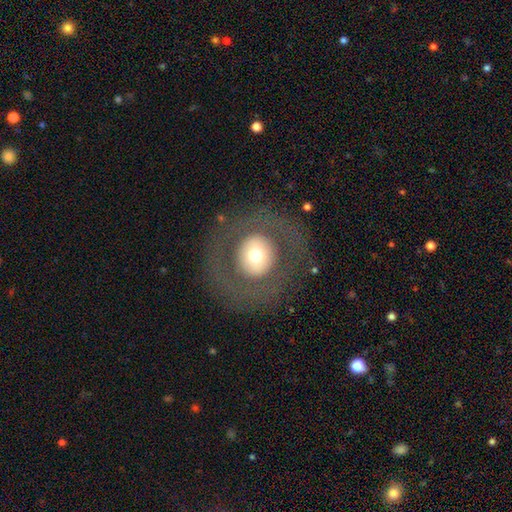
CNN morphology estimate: A smooth galaxy with no disk features (53%) that is round (87%).

Vote fractions:
- Smooth or featured? smooth: 53% / featured or disk: 37% / star or artifact: 10%
- How rounded? round: 87% / in between: 12% / cigar-shaped: 1%
- Merging? none: 81% / major disturbance: 10% / minor disturbance: 8% / merger: 1%